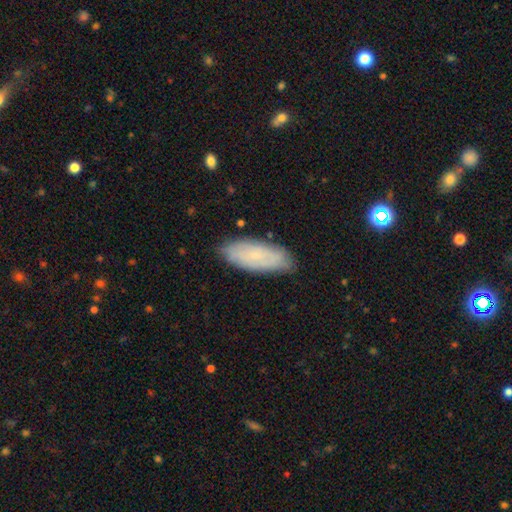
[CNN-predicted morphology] Smooth or featured?
  - smooth: 59% *
  - featured or disk: 33%
  - star or artifact: 7%
How rounded?
  - in between: 76% *
  - cigar-shaped: 22%
  - round: 2%
Merging?
  - none: 82% *
  - minor disturbance: 14%
  - major disturbance: 3%
  - merger: 1%